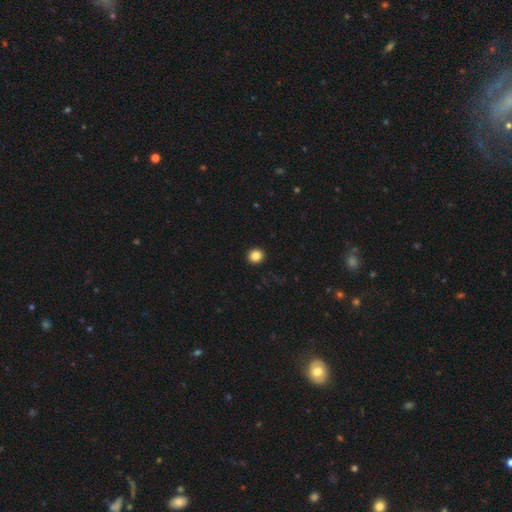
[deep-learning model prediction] This is clearly a smooth galaxy (85%). How rounded: clearly round (88%). Merging: clearly none (93%).